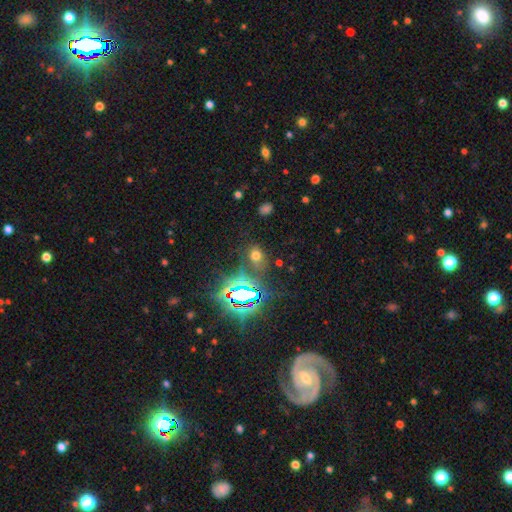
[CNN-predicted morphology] type=smooth (51%); roundness=in between (53%); merging=none (72%).